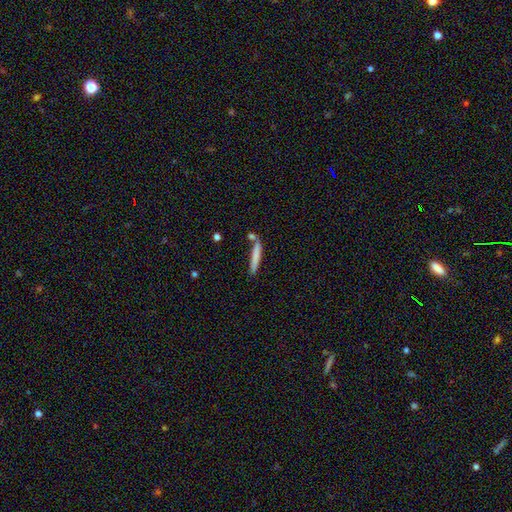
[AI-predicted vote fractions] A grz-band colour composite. It shows a smooth galaxy with no disk features (74%) that is cigar-shaped (94%). Merging: none (70%).